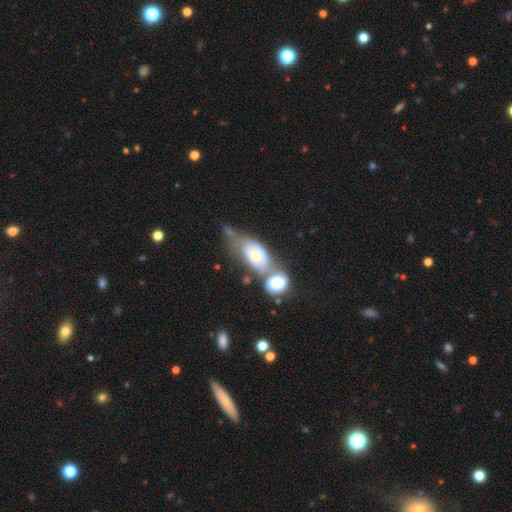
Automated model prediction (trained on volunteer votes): Smooth or featured? Predicted: featured or disk (p=0.49). Merging? Predicted: merger (p=0.61).